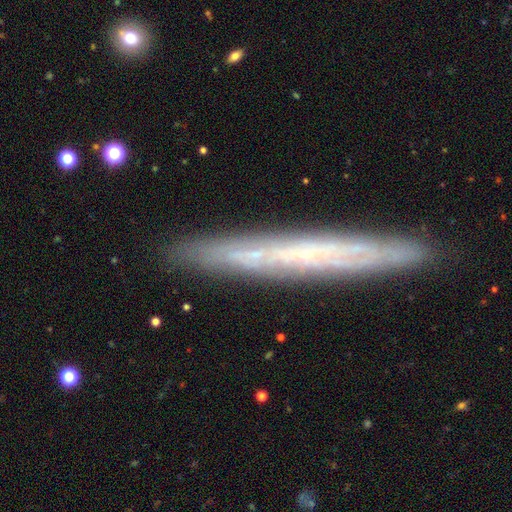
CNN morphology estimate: Smooth or featured? Predicted: featured or disk (p=0.61). Edge-on disk? Predicted: yes (p=0.80). Merging? Predicted: none (p=0.82).